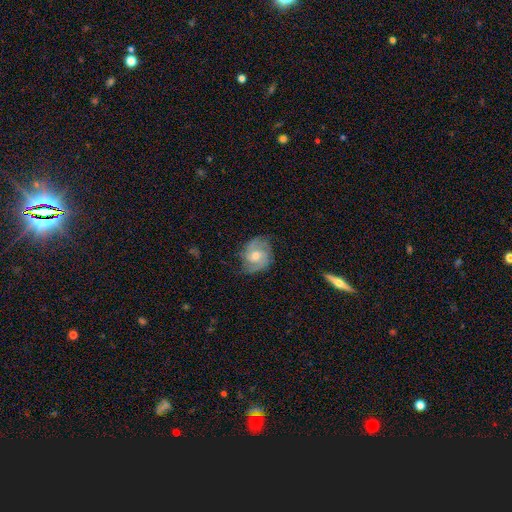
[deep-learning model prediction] This appears to be a featured or disk galaxy (71%) with no bar (57%), 2 (70%) medium (45%) spiral arms (92%) and a moderate central bulge (66%). Merging: none (69%).